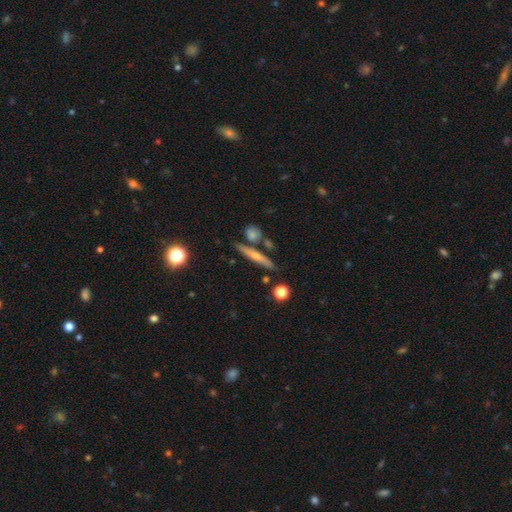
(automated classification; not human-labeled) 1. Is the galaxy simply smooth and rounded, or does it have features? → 47% smooth, 45% featured or disk, 8% star or artifact.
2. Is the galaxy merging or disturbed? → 76% none, 11% minor disturbance, 10% merger, 3% major disturbance.